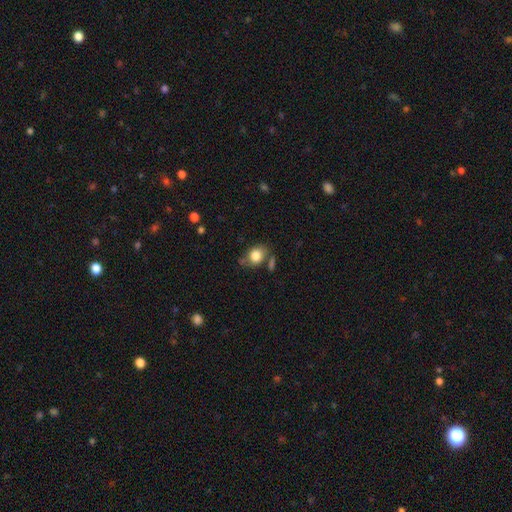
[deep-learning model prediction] A smooth galaxy with no disk features (81%) that is in between round and cigar-shaped (62%).

Vote fractions:
- Smooth or featured? smooth: 81% / featured or disk: 10% / star or artifact: 9%
- How rounded? in between: 62% / round: 37% / cigar-shaped: 1%
- Merging? none: 61% / minor disturbance: 21% / merger: 12% / major disturbance: 7%